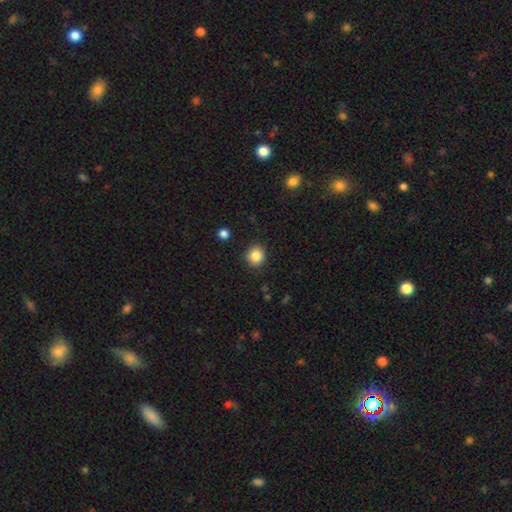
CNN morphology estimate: Overall: smooth (85%). How rounded: round (87%). Merging: none (89%).